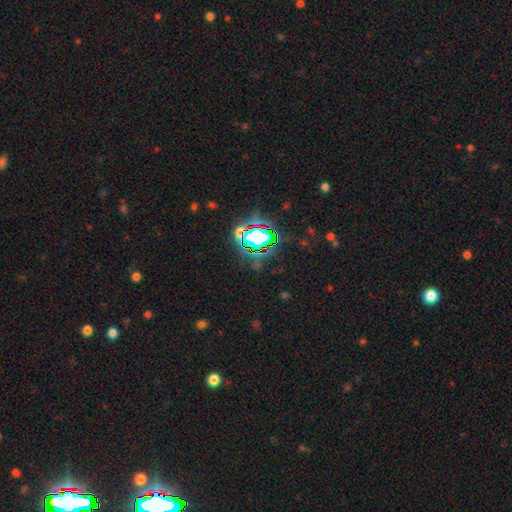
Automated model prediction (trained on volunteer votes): smooth_or_featured: star or artifact (p=0.81) [alt: smooth p=0.11]